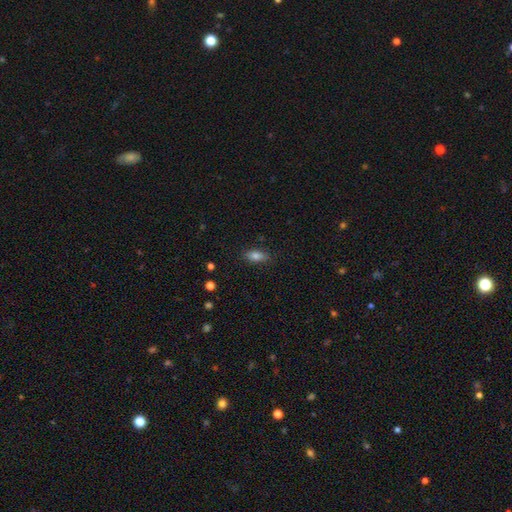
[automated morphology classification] Smooth or featured? smooth (79%)
How rounded? in between (83%)
Merging? none (84%)